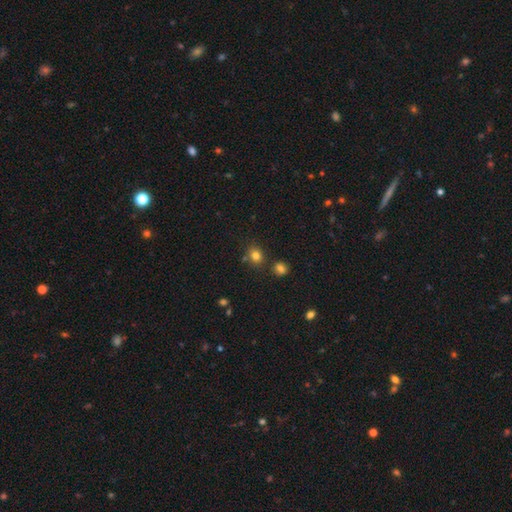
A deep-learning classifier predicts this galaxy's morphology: Smooth or featured: smooth — 79% (star or artifact — 14%)
How rounded: round — 64% (in between — 35%)
Merging: none — 73% (minor disturbance — 12%)